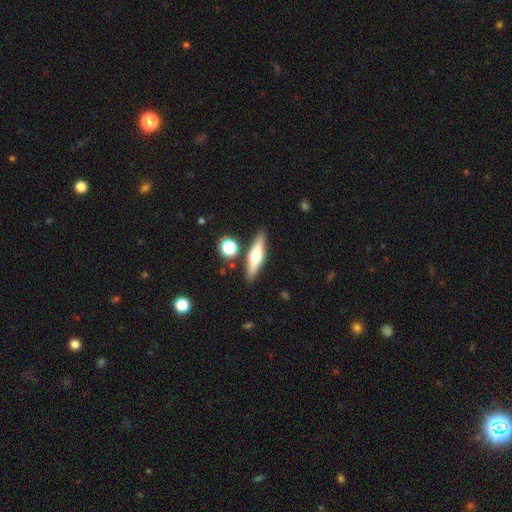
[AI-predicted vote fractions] Smooth or featured: featured or disk — 49% (smooth — 44%)
Merging: none — 84% (minor disturbance — 9%)